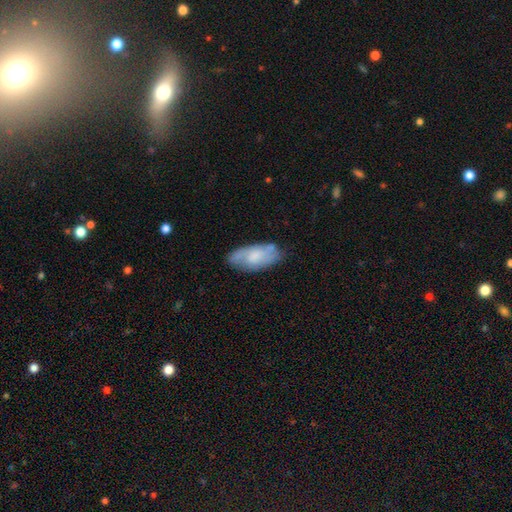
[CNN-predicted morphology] Smooth or featured: smooth — 56% (featured or disk — 37%)
How rounded: in between — 89% (cigar-shaped — 9%)
Merging: none — 70% (minor disturbance — 23%)